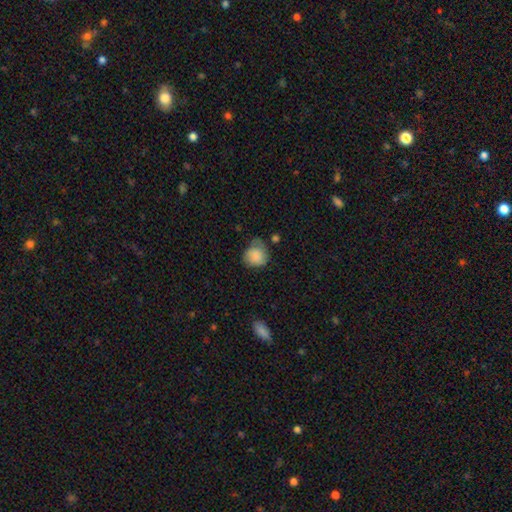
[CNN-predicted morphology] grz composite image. It shows a smooth galaxy with no disk features (80%) that is round (71%). Merging: none (43%).